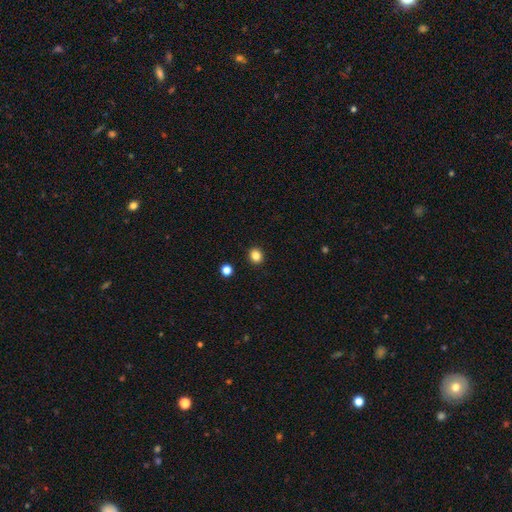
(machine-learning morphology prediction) A smooth galaxy with no disk features (85%) that is round (81%).

Vote fractions:
- Smooth or featured? smooth: 85% / star or artifact: 12% / featured or disk: 4%
- How rounded? round: 81% / in between: 18% / cigar-shaped: 1%
- Merging? none: 92% / minor disturbance: 5% / major disturbance: 2% / merger: 1%